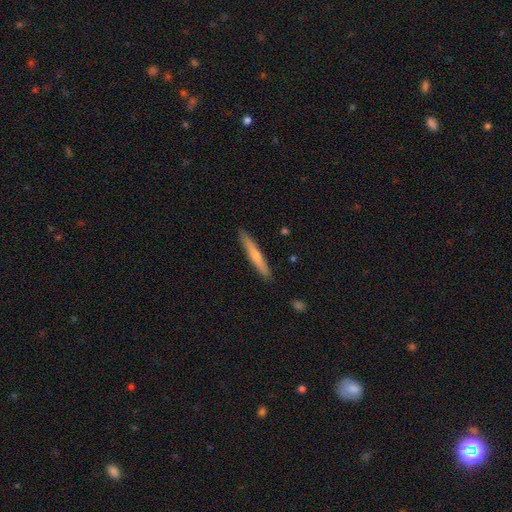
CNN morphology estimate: A smooth galaxy with no disk features (55%) that is cigar-shaped (94%). Merging: none (89%).